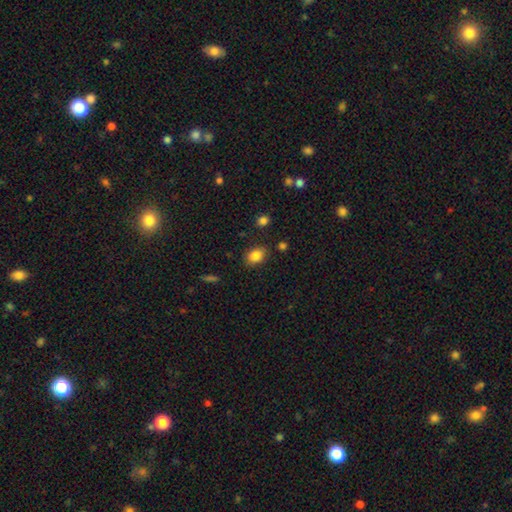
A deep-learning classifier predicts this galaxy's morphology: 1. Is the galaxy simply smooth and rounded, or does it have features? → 84% smooth, 9% star or artifact, 6% featured or disk.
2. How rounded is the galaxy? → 70% in between, 29% round, 1% cigar-shaped.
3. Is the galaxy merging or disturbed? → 81% none, 13% minor disturbance, 3% major disturbance, 3% merger.